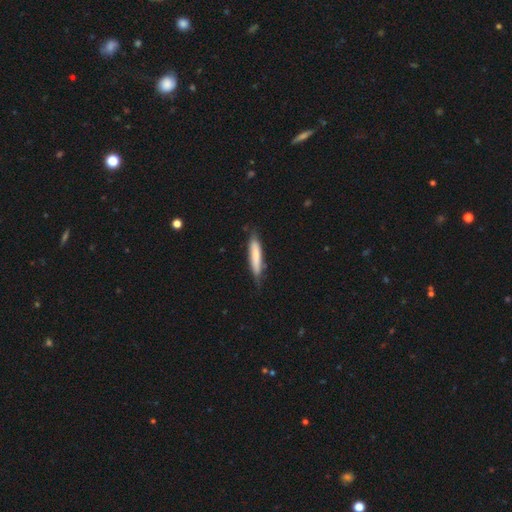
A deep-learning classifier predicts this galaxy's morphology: smooth-or-featured: smooth: 75% | featured or disk: 20% | star or artifact: 5%
  how-rounded: cigar-shaped: 84% | in between: 14% | round: 1%
  merging: none: 71% | minor disturbance: 23% | major disturbance: 4% | merger: 2%